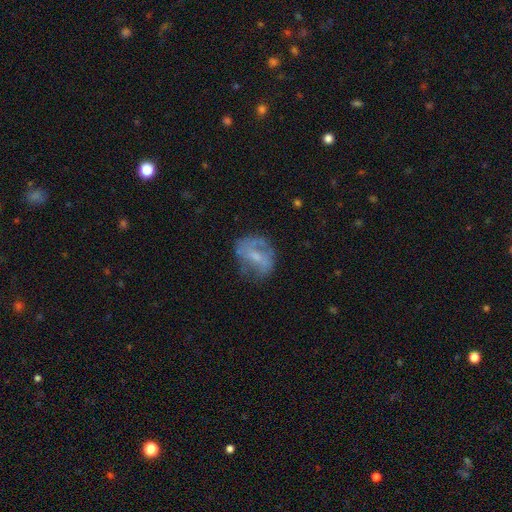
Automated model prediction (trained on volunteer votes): Smooth or featured?
  - featured or disk: 55% *
  - smooth: 36%
  - star or artifact: 9%
Edge-on disk?
  - no: 96% *
  - yes: 4%
Bar?
  - no: 44% *
  - weak: 41%
  - strong: 15%
Spiral arms?
  - yes: 50% * (tied)
  - no: 50% * (tied)
Bulge size?
  - small: 46% *
  - moderate: 37%
  - none: 13%
  - large: 3%
  - dominant: 1%
Merging?
  - none: 52% *
  - minor disturbance: 26%
  - major disturbance: 19%
  - merger: 2%